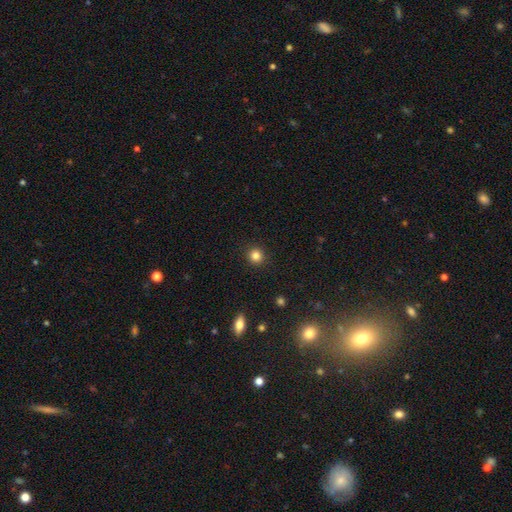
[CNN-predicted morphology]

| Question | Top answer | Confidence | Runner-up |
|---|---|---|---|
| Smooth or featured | smooth | 84% | star or artifact (12%) |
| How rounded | round | 93% | in between (6%) |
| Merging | none | 92% | minor disturbance (5%) |